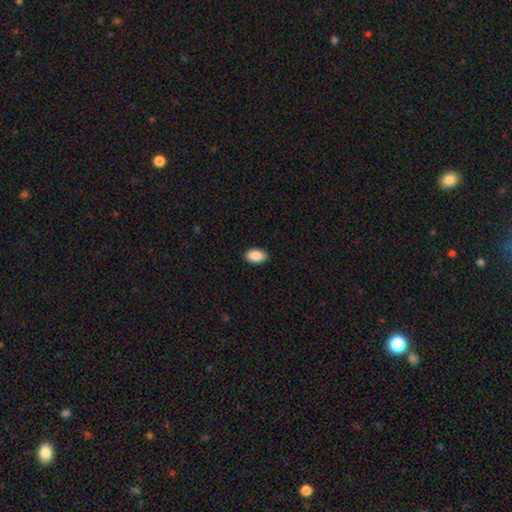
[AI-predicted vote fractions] Smooth or featured? Predicted: smooth (p=0.89). How rounded? Predicted: in between (p=0.92). Merging? Predicted: none (p=0.90).